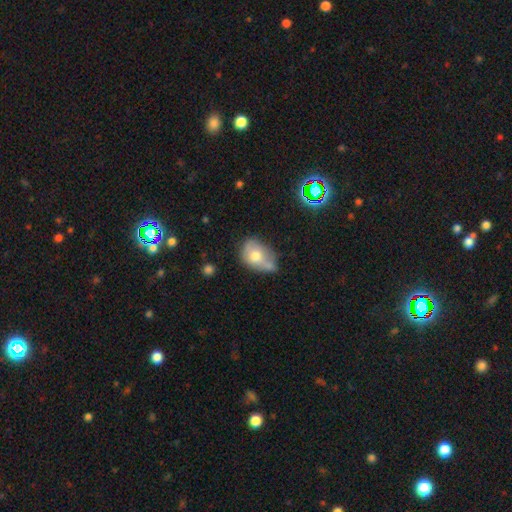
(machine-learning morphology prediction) Smooth or featured? Predicted: smooth (p=0.63). How rounded? Predicted: in between (p=0.76). Merging? Predicted: minor disturbance (p=0.34).